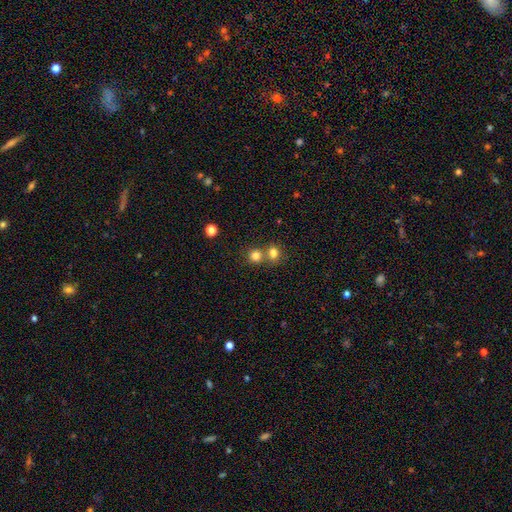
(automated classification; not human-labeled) The model was most divided on "merging": none: 52%, merger: 39%, minor disturbance: 6%, major disturbance: 2%. More confident: how rounded — round (86%); smooth or featured — smooth (79%).